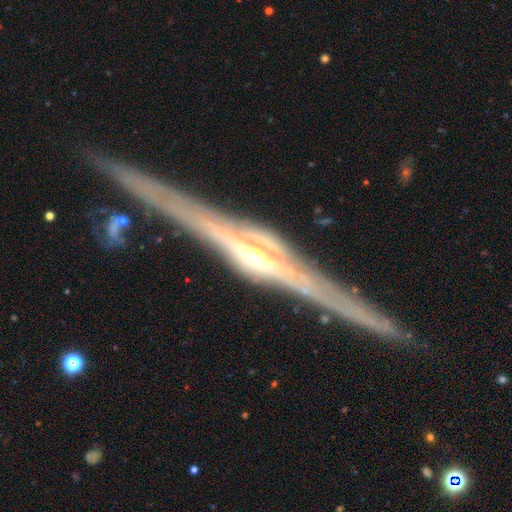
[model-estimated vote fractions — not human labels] The model was most divided on "edge-on bulge": rounded: 76%, none: 14%, boxy: 10%. More confident: edge-on disk — yes (95%); smooth or featured — featured or disk (86%); merging — none (83%).